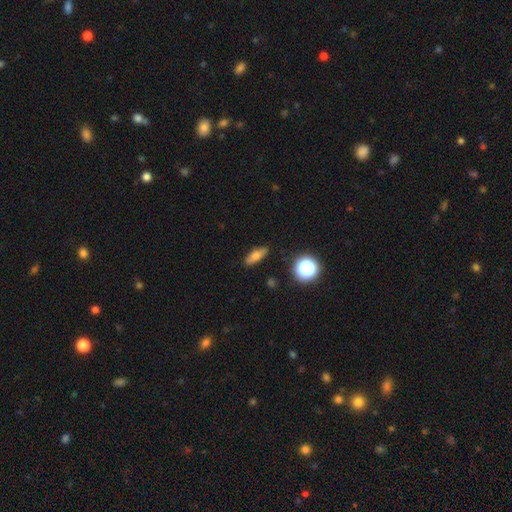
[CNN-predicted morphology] smooth-or-featured: smooth: 69% | featured or disk: 20% | star or artifact: 12%
  how-rounded: in between: 57% | cigar-shaped: 35% | round: 8%
  merging: none: 86% | minor disturbance: 10% | major disturbance: 2% | merger: 2%